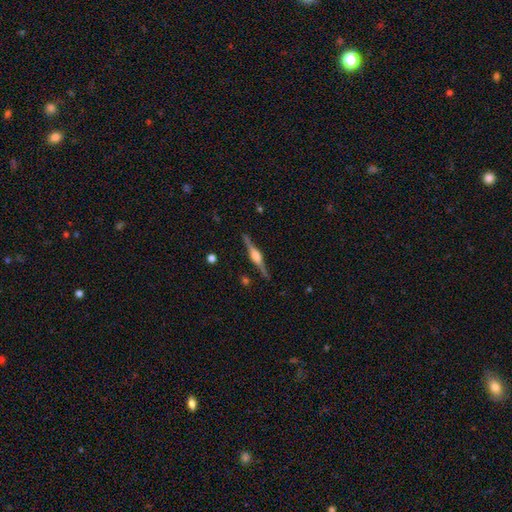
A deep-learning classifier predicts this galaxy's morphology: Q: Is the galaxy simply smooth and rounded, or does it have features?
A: featured or disk — 83%.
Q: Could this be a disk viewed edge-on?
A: yes — 98%.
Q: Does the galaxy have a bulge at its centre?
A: rounded — 81%.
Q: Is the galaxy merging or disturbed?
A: none — 88%.